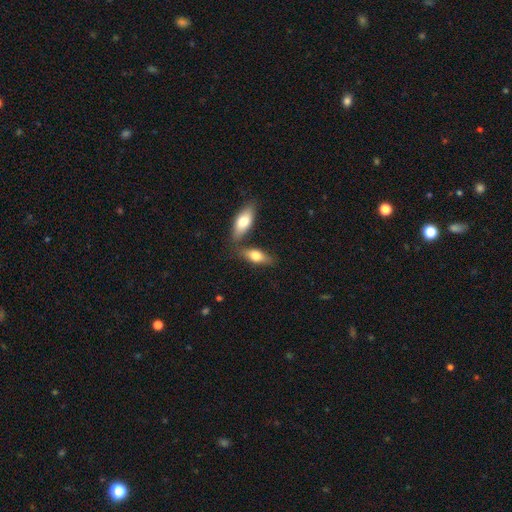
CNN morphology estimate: Smooth or featured?
  - smooth: 68% *
  - featured or disk: 26%
  - star or artifact: 6%
How rounded?
  - in between: 73% *
  - cigar-shaped: 24%
  - round: 4%
Merging?
  - none: 59% *
  - merger: 26%
  - minor disturbance: 12%
  - major disturbance: 4%